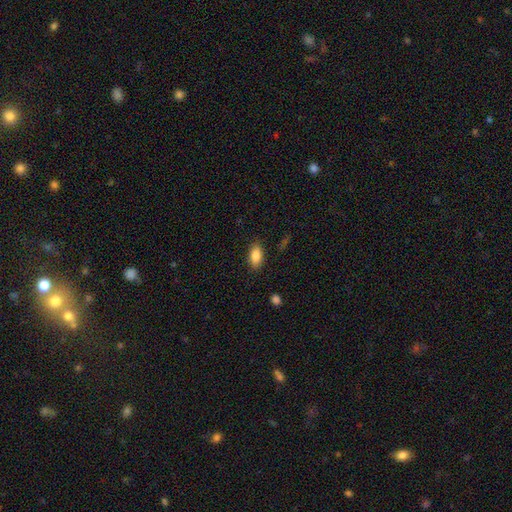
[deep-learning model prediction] Smooth or featured: smooth — 87% (star or artifact — 7%)
How rounded: in between — 90% (cigar-shaped — 7%)
Merging: none — 85% (minor disturbance — 11%)